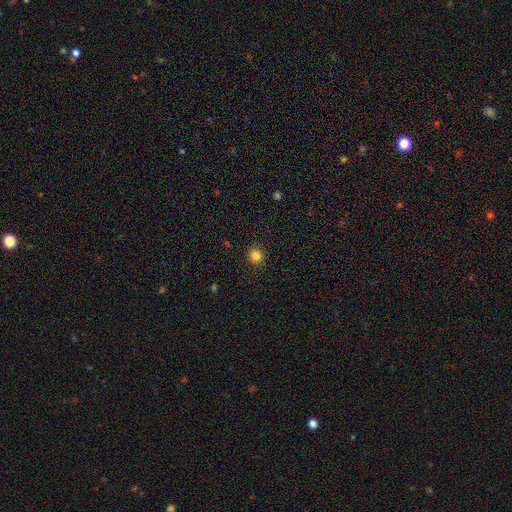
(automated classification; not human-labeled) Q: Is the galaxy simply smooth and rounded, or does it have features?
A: smooth — 83%.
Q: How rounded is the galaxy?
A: round — 88%.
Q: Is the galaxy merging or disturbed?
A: none — 91%.